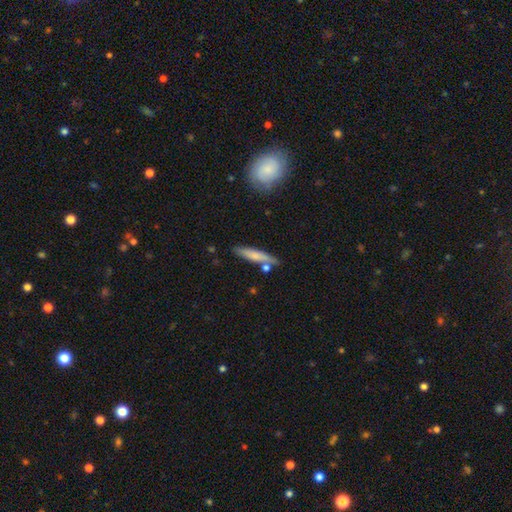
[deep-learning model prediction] A smooth galaxy with no disk features (68%) that is cigar-shaped (85%).

Vote fractions:
- Smooth or featured? smooth: 68% / featured or disk: 25% / star or artifact: 7%
- How rounded? cigar-shaped: 85% / in between: 14% / round: 2%
- Merging? none: 75% / minor disturbance: 14% / merger: 8% / major disturbance: 3%